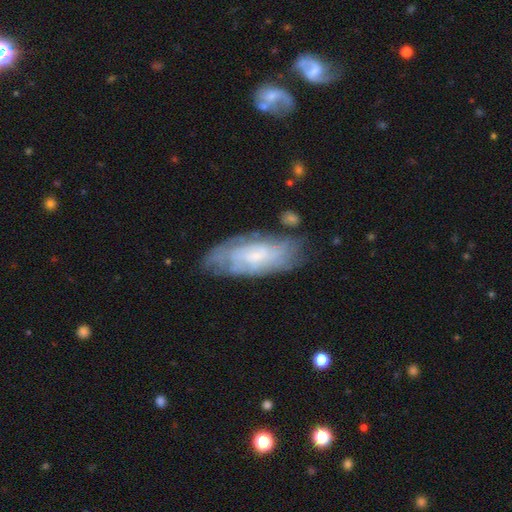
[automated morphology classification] This is likely a featured or disk galaxy (63%). It is clearly not viewed edge-on (87%). Bar: likely no (62%). Spiral arm pattern: likely yes (78%). Central bulge: likely small (65%). Merging: likely none (68%).